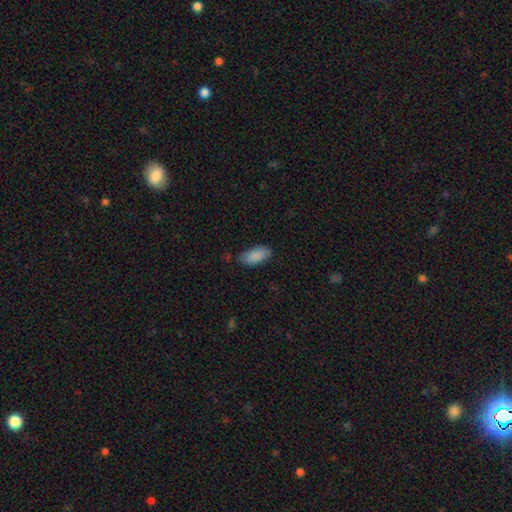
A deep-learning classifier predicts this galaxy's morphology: Smooth or featured? Predicted: smooth (p=0.88). How rounded? Predicted: in between (p=0.90). Merging? Predicted: none (p=0.75).